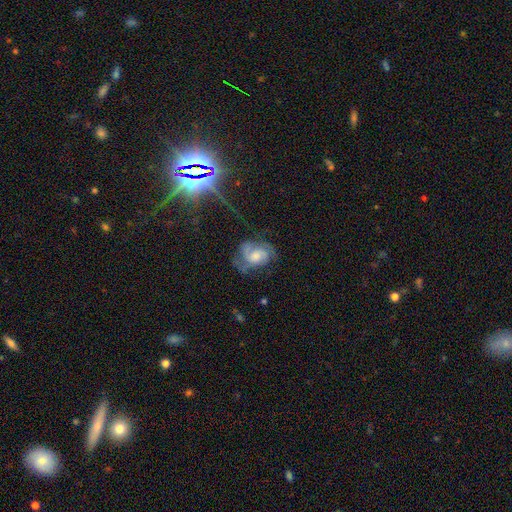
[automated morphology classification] Smooth or featured? featured or disk (70%)
Edge-on disk? no (97%)
Bar? no (64%)
Spiral arms? yes (89%)
Spiral winding? medium (46%)
Spiral arm count? 2 (50%)
Bulge size? moderate (42%)
Merging? none (48%)